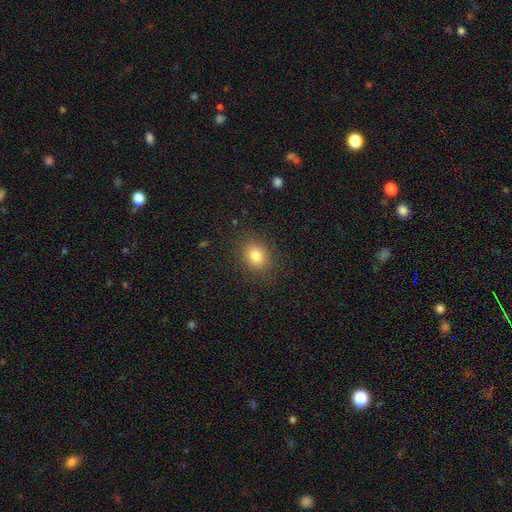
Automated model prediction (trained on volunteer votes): smooth_or_featured: smooth (p=0.81) [alt: star or artifact p=0.11]
how_rounded: round (p=0.51) [alt: in between p=0.48]
merging: none (p=0.87) [alt: minor disturbance p=0.09]